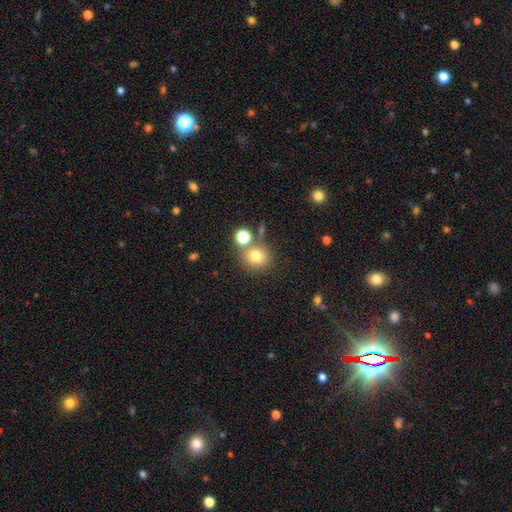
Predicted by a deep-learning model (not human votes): Morphology: type=smooth (75%); roundness=round (83%); merging=none (66%).